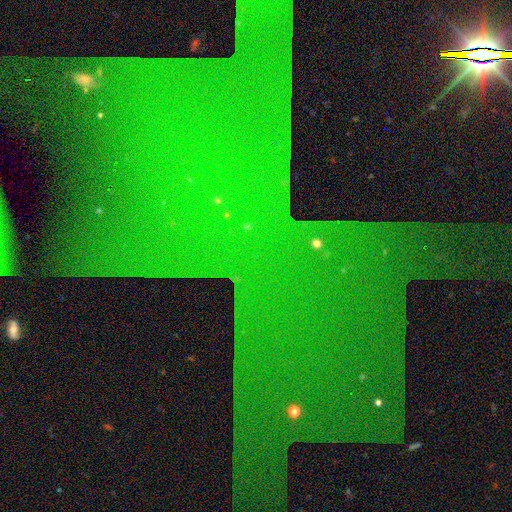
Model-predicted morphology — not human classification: star or artifact 83%, featured or disk 9%, smooth 8%.